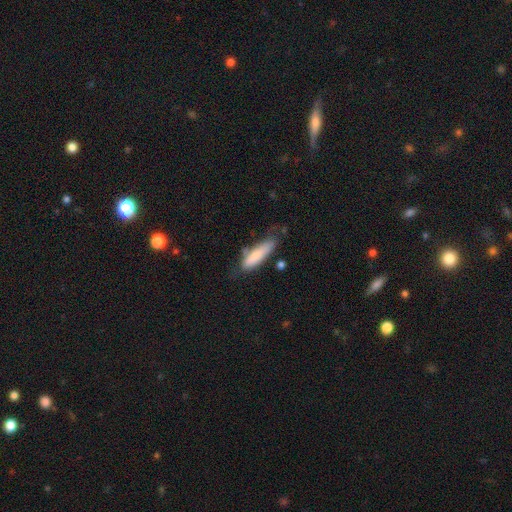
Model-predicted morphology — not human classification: This is likely a smooth galaxy (79%). How rounded: likely cigar-shaped (61%). Merging: possibly none (56%).